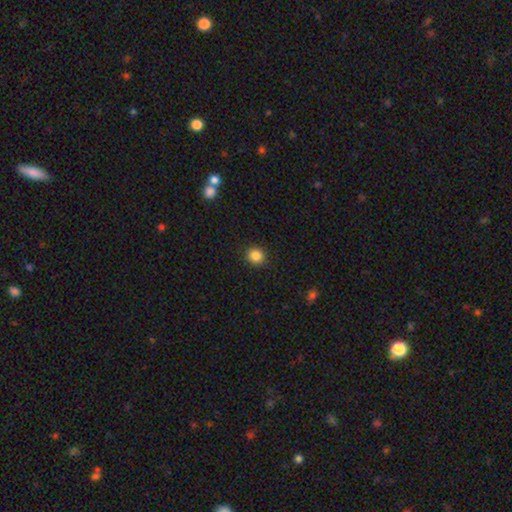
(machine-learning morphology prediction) Q: Smooth or featured?
A: smooth (85%); runner-up: star or artifact (11%)
Q: How rounded?
A: round (88%); runner-up: in between (11%)
Q: Merging?
A: none (91%); runner-up: minor disturbance (6%)